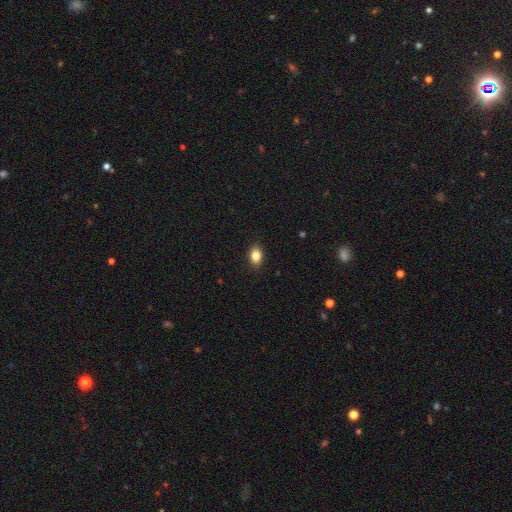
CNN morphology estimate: smooth_or_featured: smooth (p=0.84) [alt: star or artifact p=0.09]
how_rounded: in between (p=0.80) [alt: round p=0.18]
merging: none (p=0.89) [alt: minor disturbance p=0.08]